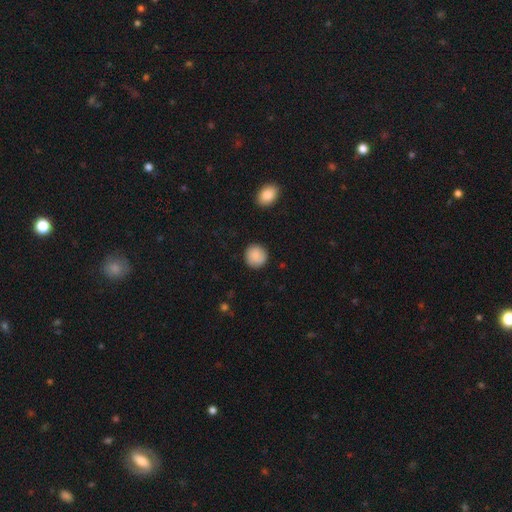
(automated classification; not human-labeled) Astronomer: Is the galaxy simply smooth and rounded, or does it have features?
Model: smooth — 88%.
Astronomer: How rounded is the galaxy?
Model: round — 92%.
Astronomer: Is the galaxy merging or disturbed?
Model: none — 89%.